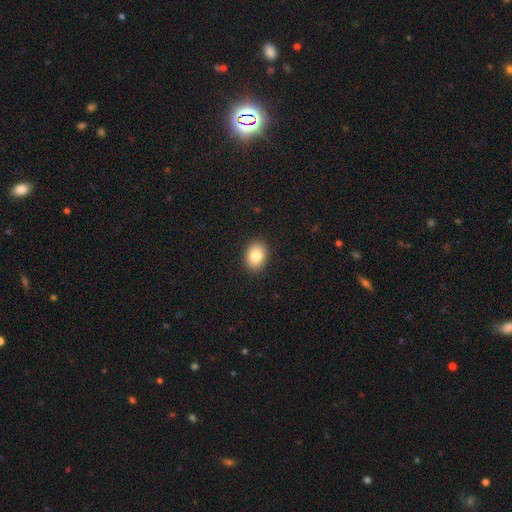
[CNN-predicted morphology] smooth 81%, featured or disk 10%, star or artifact 9%. Down the decision tree: how rounded — in between (64%); merging — none (91%).